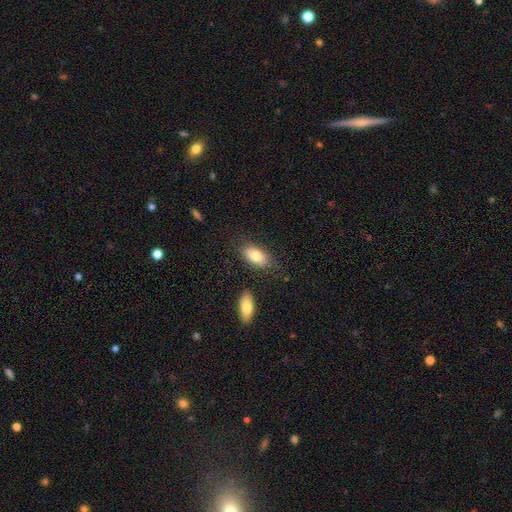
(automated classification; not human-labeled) Morphology: type=smooth (81%); roundness=in between (92%); merging=none (78%).